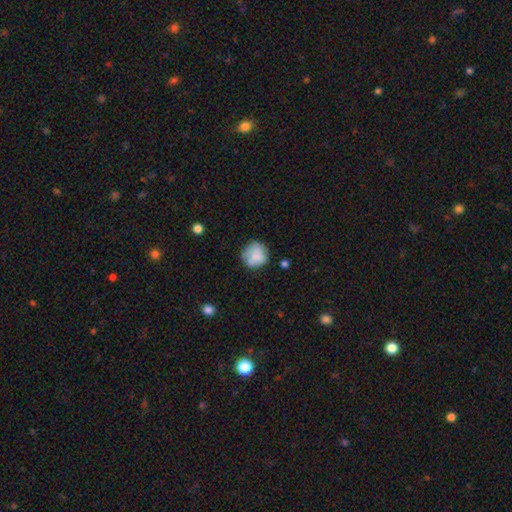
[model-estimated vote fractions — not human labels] This is likely a smooth galaxy (76%). How rounded: clearly round (84%). Merging: likely none (65%).